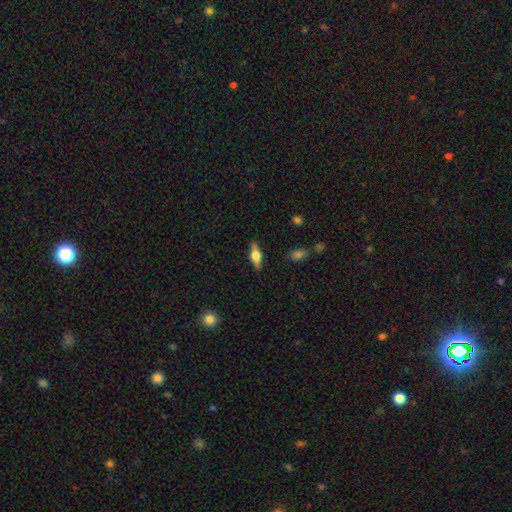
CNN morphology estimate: A featured or disk galaxy (59%) viewed edge-on (95%) with a rounded central bulge (90%).

Vote fractions:
- Smooth or featured? featured or disk: 59% / smooth: 34% / star or artifact: 7%
- Edge-on disk? yes: 95% / no: 5%
- Edge-on bulge? rounded: 90% / boxy: 8% / none: 1%
- Merging? none: 87% / minor disturbance: 10% / major disturbance: 2% / merger: 1%